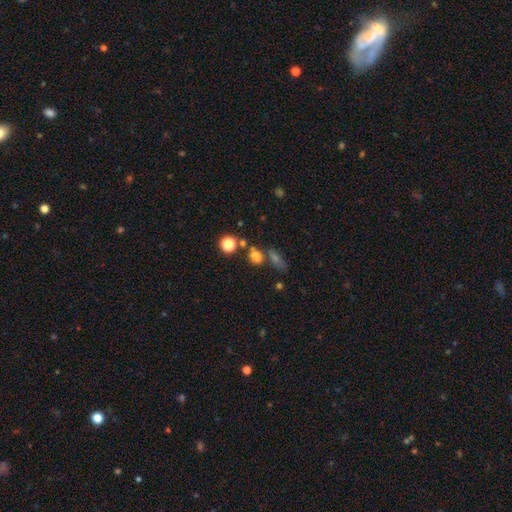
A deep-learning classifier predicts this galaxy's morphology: Q: Smooth or featured?
A: smooth (66%); runner-up: star or artifact (24%)
Q: How rounded?
A: round (65%); runner-up: in between (30%)
Q: Merging?
A: none (55%); runner-up: merger (28%)